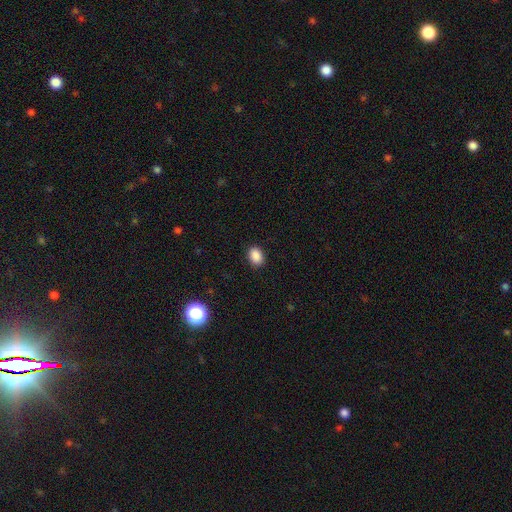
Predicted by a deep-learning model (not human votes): This is clearly a smooth galaxy (88%). How rounded: likely in between (75%). Merging: clearly none (89%).